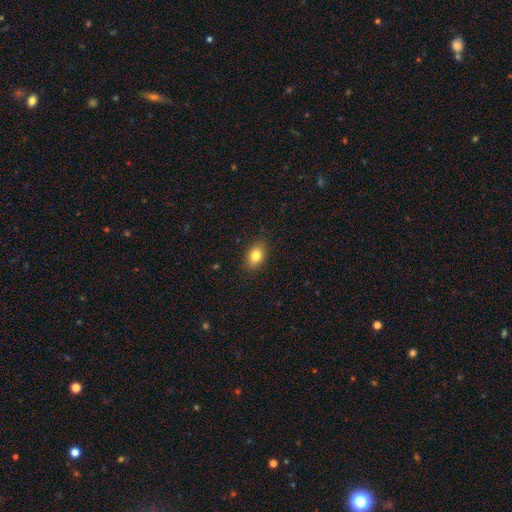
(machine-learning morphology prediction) smooth-or-featured: smooth: 82% | featured or disk: 9% | star or artifact: 9%
  how-rounded: in between: 82% | round: 16% | cigar-shaped: 2%
  merging: none: 88% | minor disturbance: 9% | major disturbance: 2% | merger: 1%